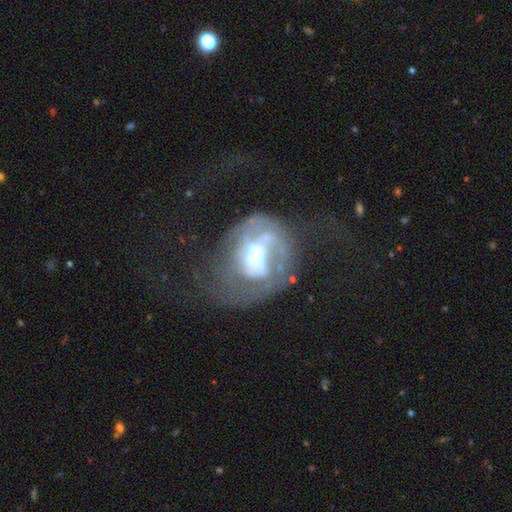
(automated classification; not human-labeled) The model was most divided on "spiral winding" (2-way tie): medium: 37%, tight: 37%, loose: 26%. Remaining: edge-on disk — no (97%); smooth or featured — featured or disk (76%); spiral arms — yes (70%); bulge size — moderate (60%); merging — major disturbance (48%); bar — no (47%); spiral arm count — 2 (36%).